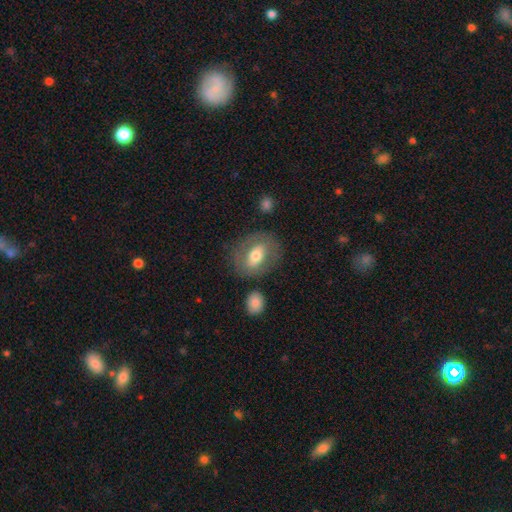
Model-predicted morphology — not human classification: Overall: smooth (49%; featured or disk 44%). Merging: none (75%).